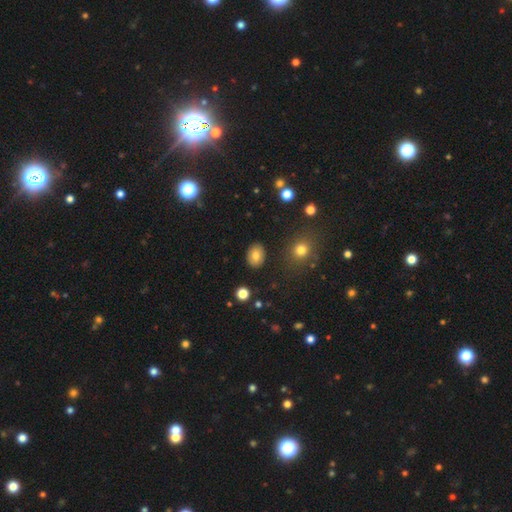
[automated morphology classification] smooth_or_featured: smooth (p=0.79) [alt: featured or disk p=0.12]
how_rounded: in between (p=0.69) [alt: round p=0.30]
merging: none (p=0.88) [alt: minor disturbance p=0.08]